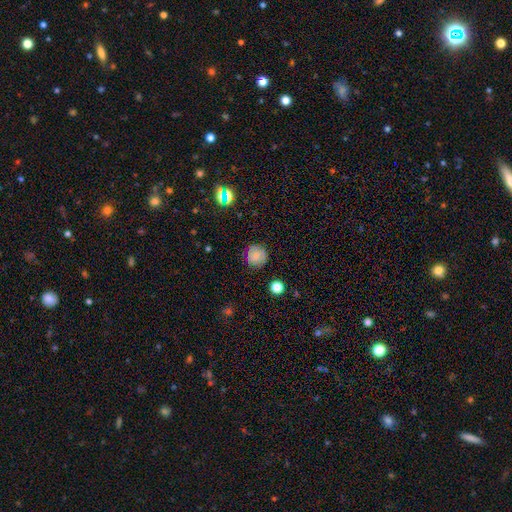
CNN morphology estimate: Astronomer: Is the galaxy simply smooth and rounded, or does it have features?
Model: smooth — 71%.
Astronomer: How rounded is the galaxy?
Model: round — 91%.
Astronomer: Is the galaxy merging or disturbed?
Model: none — 84%.